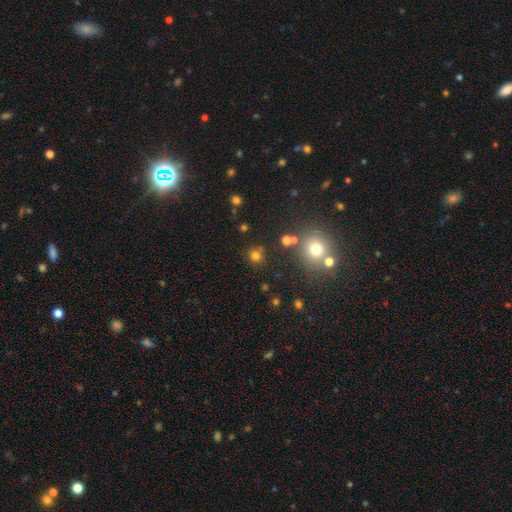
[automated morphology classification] Smooth or featured? Predicted: smooth (p=0.74). How rounded? Predicted: round (p=0.92). Merging? Predicted: none (p=0.81).